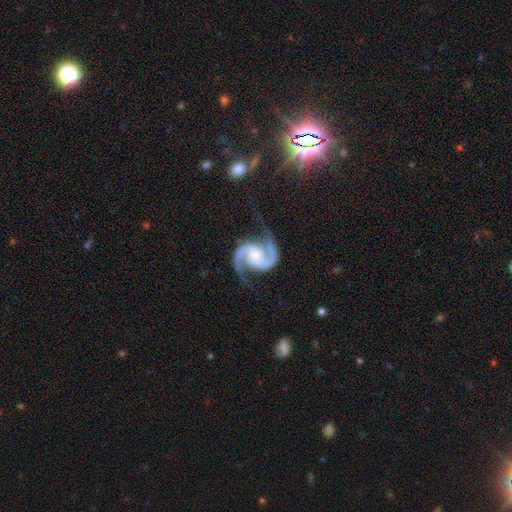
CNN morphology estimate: Smooth or featured? Predicted: featured or disk (p=0.94). Edge-on disk? Predicted: no (p=0.98). Bar? Predicted: no (p=0.59). Spiral arms? Predicted: yes (p=0.99). Spiral winding? Predicted: medium (p=0.60). Spiral arm count? Predicted: 2 (p=0.95). Bulge size? Predicted: moderate (p=0.37). Merging? Predicted: none (p=0.75).